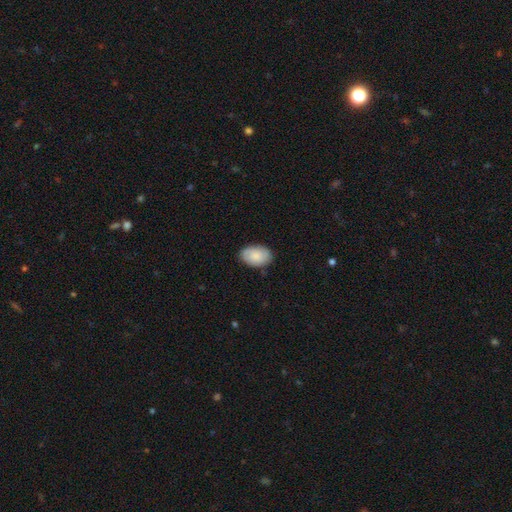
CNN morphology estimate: Q: Smooth or featured?
A: smooth (83%); runner-up: featured or disk (11%)
Q: How rounded?
A: in between (89%); runner-up: round (9%)
Q: Merging?
A: none (83%); runner-up: minor disturbance (13%)